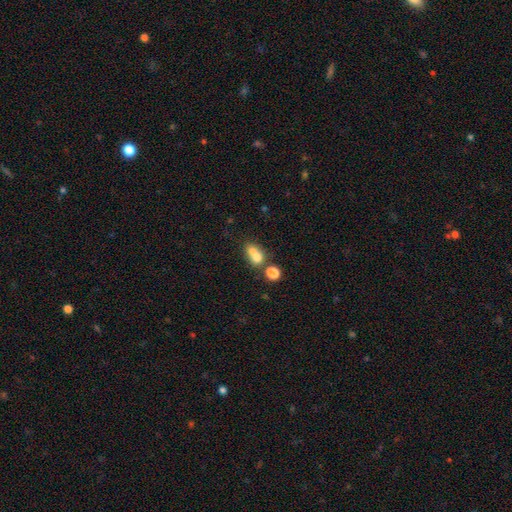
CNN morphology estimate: type=smooth (69%); roundness=round (52%); merging=merger (59%).